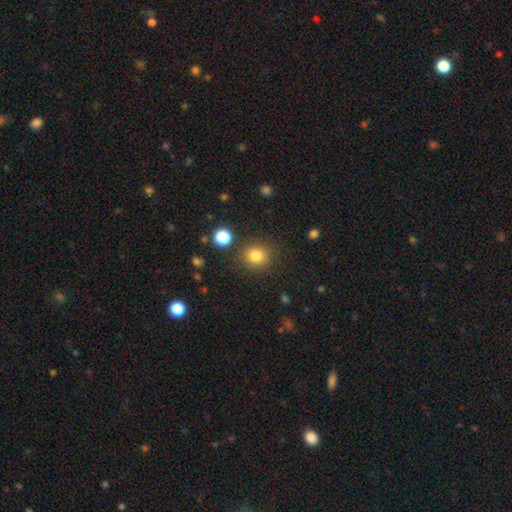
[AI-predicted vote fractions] Smooth or featured? Predicted: smooth (p=0.81). How rounded? Predicted: round (p=0.83). Merging? Predicted: none (p=0.85).